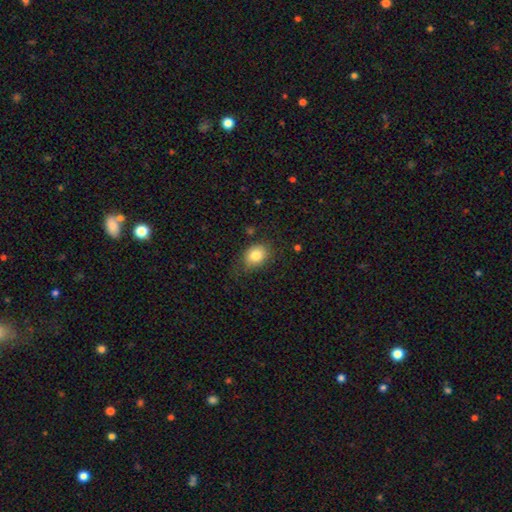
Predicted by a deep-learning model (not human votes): Overall: smooth (81%). How rounded: in between (63%; round 36%). Merging: none (72%).